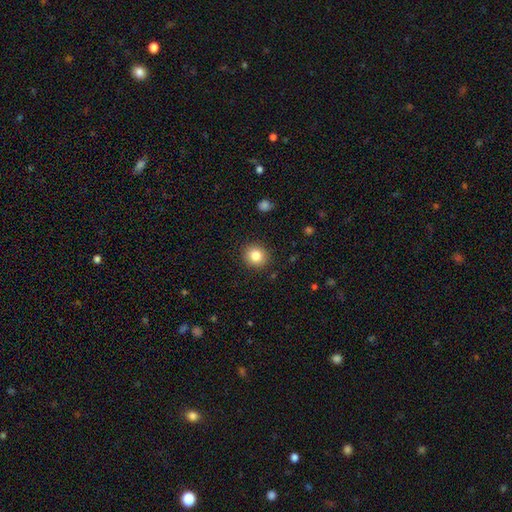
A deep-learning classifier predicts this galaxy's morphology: A smooth galaxy with no disk features (83%) that is round (85%).

Vote fractions:
- Smooth or featured? smooth: 83% / star or artifact: 10% / featured or disk: 7%
- How rounded? round: 85% / in between: 14% / cigar-shaped: 1%
- Merging? none: 90% / minor disturbance: 7% / major disturbance: 2% / merger: 1%